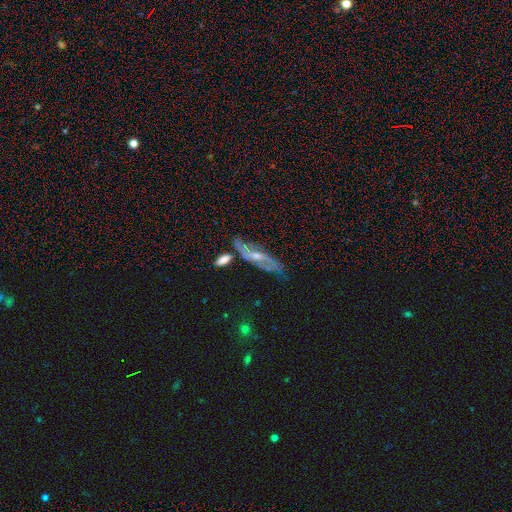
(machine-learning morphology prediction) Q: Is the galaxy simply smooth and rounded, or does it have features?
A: featured or disk — 72%.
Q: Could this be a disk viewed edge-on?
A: no — 63%.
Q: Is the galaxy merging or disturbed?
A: none — 67%.